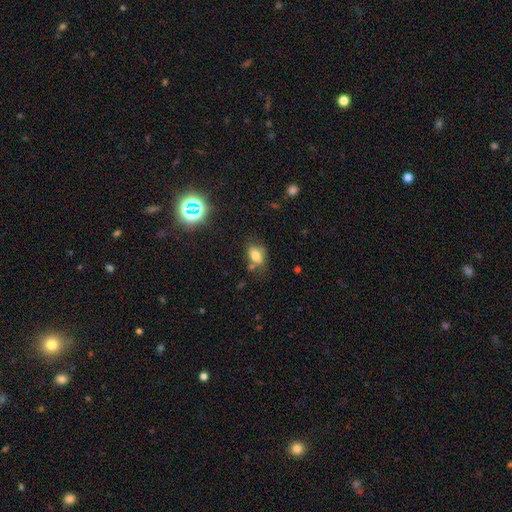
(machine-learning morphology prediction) Q: Smooth or featured?
A: smooth (71%); runner-up: featured or disk (15%)
Q: How rounded?
A: in between (81%); runner-up: round (17%)
Q: Merging?
A: none (56%); runner-up: minor disturbance (23%)